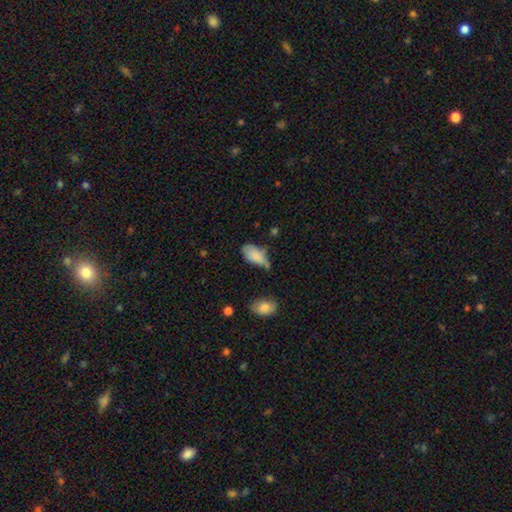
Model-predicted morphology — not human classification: smooth 82%, featured or disk 10%, star or artifact 8%. Down the decision tree: how rounded — in between (93%); merging — minor disturbance (40%).